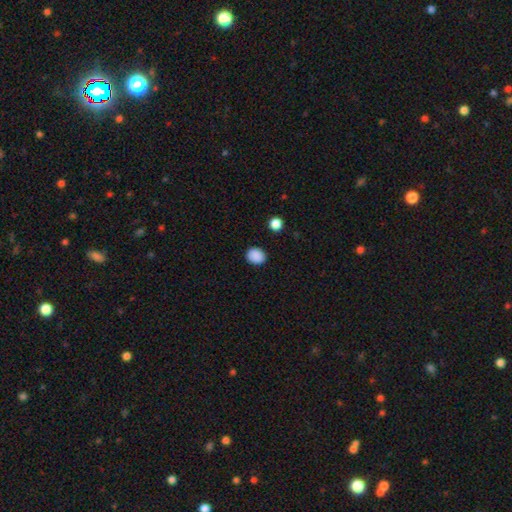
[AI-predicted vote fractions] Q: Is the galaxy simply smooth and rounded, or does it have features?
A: smooth — 88%.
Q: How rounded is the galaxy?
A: round — 63%.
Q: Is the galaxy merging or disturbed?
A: none — 89%.